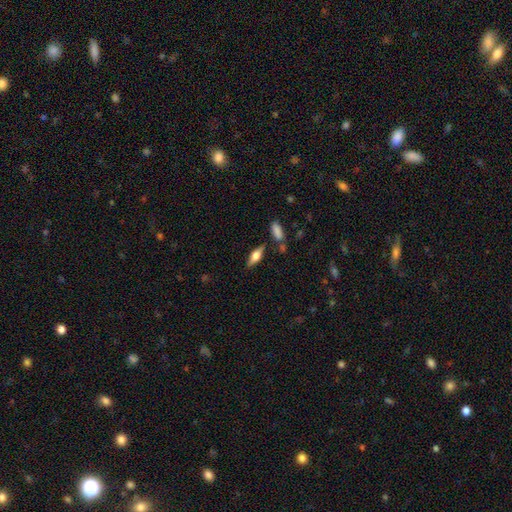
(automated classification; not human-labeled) Smooth or featured?
  - smooth: 52% *
  - featured or disk: 41%
  - star or artifact: 7%
How rounded?
  - in between: 61% *
  - cigar-shaped: 36%
  - round: 3%
Merging?
  - none: 77% *
  - minor disturbance: 13%
  - merger: 7%
  - major disturbance: 4%